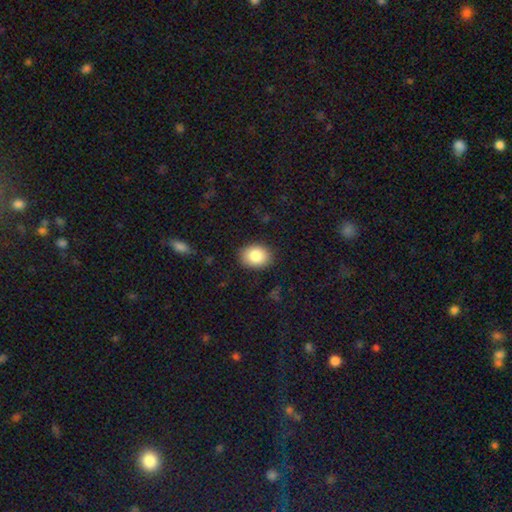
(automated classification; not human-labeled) smooth 84%, star or artifact 8%, featured or disk 8%. Down the decision tree: how rounded — in between (58%); merging — none (88%).